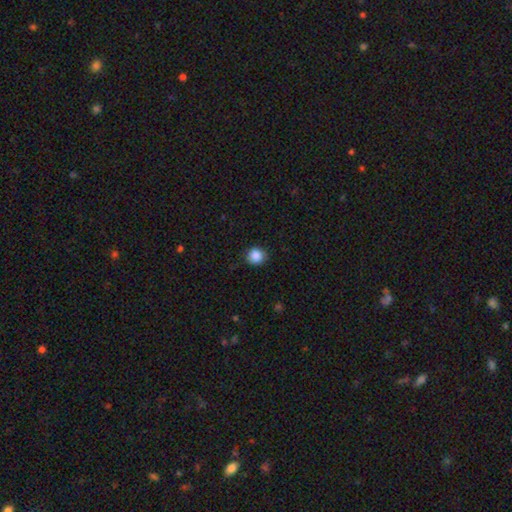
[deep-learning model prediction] The model was most divided on "smooth or featured": smooth: 88%, star or artifact: 10%, featured or disk: 3%. More confident: how rounded — round (89%); merging — none (88%).